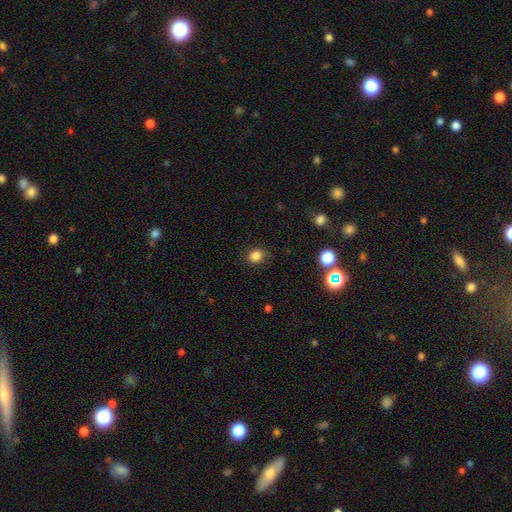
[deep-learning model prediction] Overall: smooth (84%). How rounded: round (70%). Merging: none (87%).